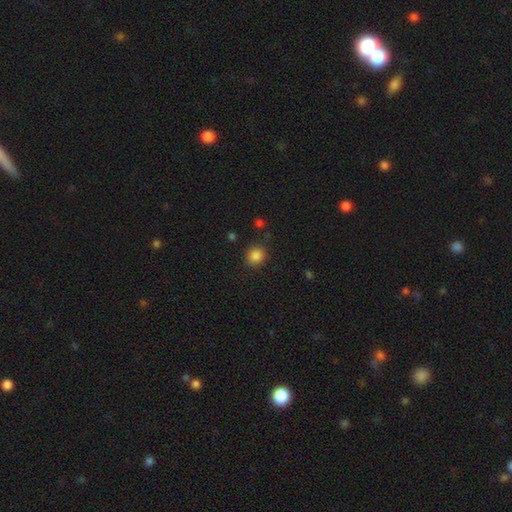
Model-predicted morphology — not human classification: Smooth or featured? smooth (86%)
How rounded? round (85%)
Merging? none (86%)